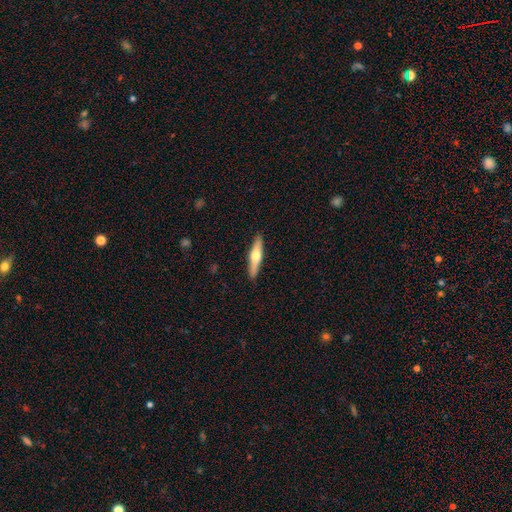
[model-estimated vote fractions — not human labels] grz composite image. It shows a featured or disk galaxy (49%). Merging: none (90%).